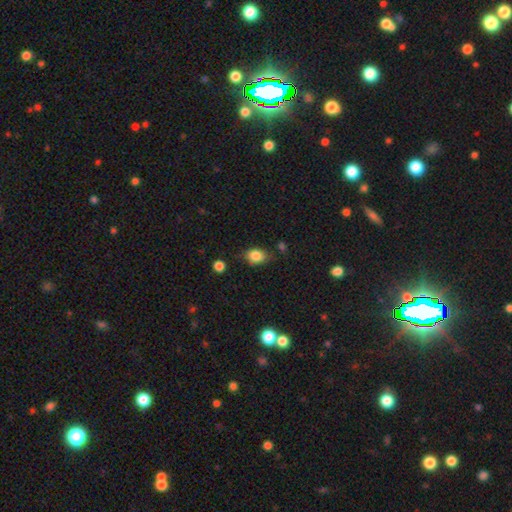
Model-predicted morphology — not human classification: This appears to be a smooth galaxy with no disk features (83%) that is in between round and cigar-shaped (69%). Merging: none (72%).